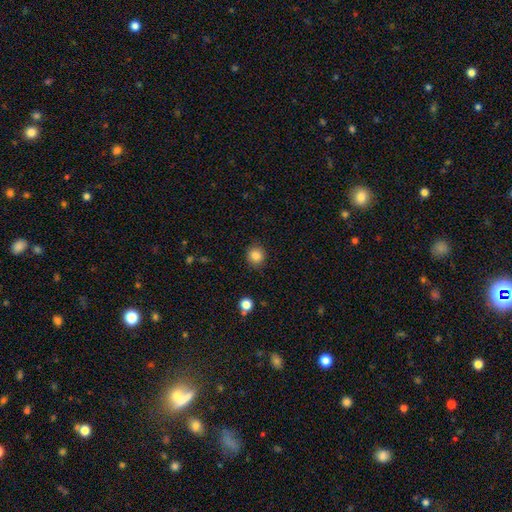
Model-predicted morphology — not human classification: type=smooth (85%); roundness=round (89%); merging=none (88%).